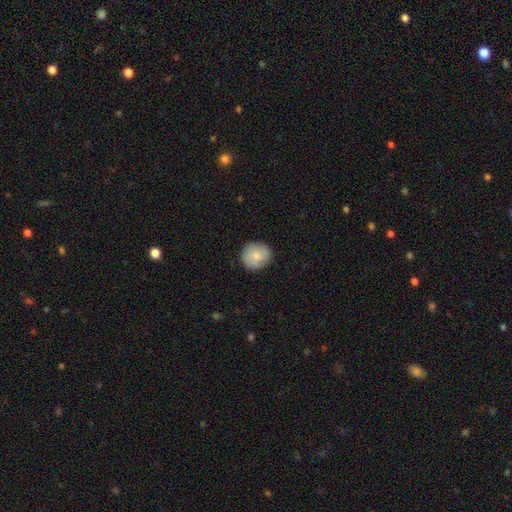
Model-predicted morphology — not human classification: A smooth galaxy with no disk features (75%) that is round (87%).

Vote fractions:
- Smooth or featured? smooth: 75% / featured or disk: 18% / star or artifact: 7%
- How rounded? round: 87% / in between: 12% / cigar-shaped: 1%
- Merging? none: 86% / minor disturbance: 11% / major disturbance: 2% / merger: 1%